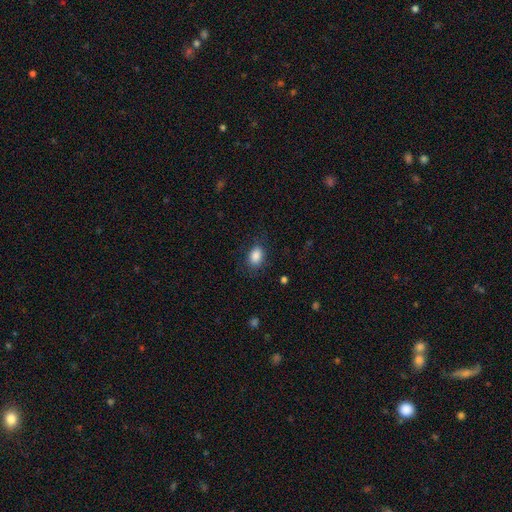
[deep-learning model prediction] This is clearly a smooth galaxy (87%). How rounded: clearly in between (80%). Merging: likely none (79%).